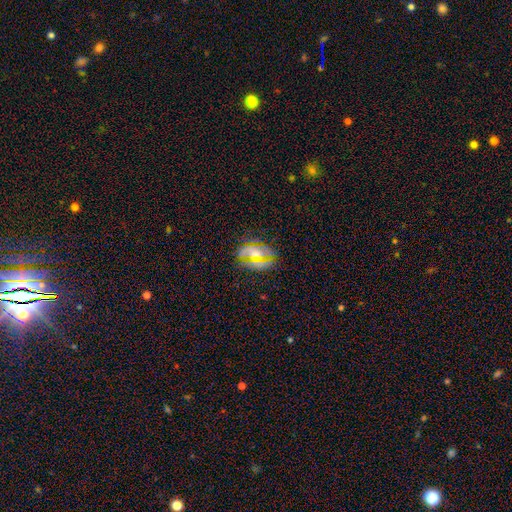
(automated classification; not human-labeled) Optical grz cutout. It shows a featured or disk galaxy (42%). Merging: none (74%).